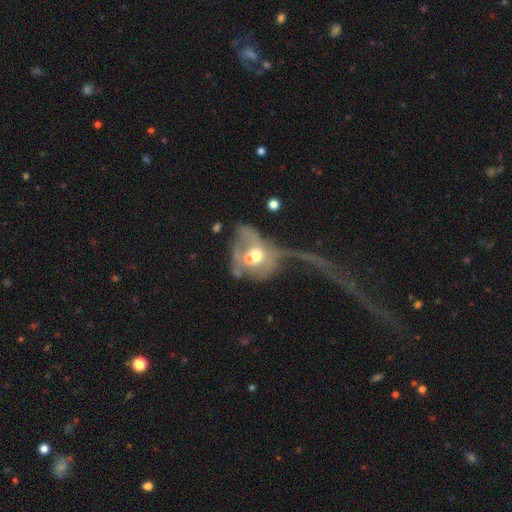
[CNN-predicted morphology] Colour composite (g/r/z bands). It shows a featured or disk galaxy (54%) with no bar (82%), no spiral arms (74%) and a moderate central bulge (66%). Merging: merger (50%).